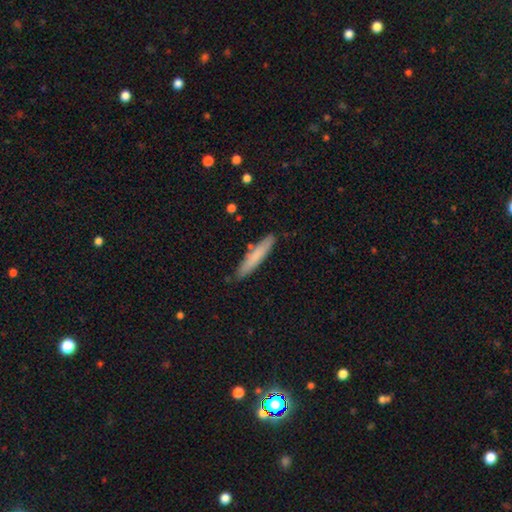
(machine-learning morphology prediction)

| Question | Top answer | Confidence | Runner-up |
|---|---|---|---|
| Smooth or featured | smooth | 76% | featured or disk (18%) |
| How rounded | cigar-shaped | 91% | in between (8%) |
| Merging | none | 85% | minor disturbance (11%) |